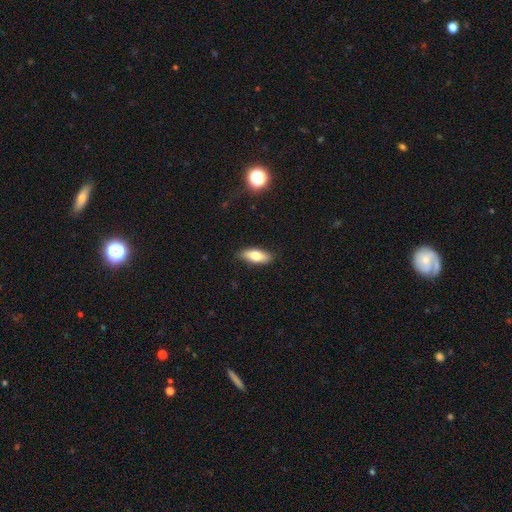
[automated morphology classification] smooth-or-featured: smooth: 75% | featured or disk: 18% | star or artifact: 7%
  how-rounded: in between: 77% | cigar-shaped: 21% | round: 3%
  merging: none: 86% | minor disturbance: 11% | major disturbance: 2% | merger: 1%